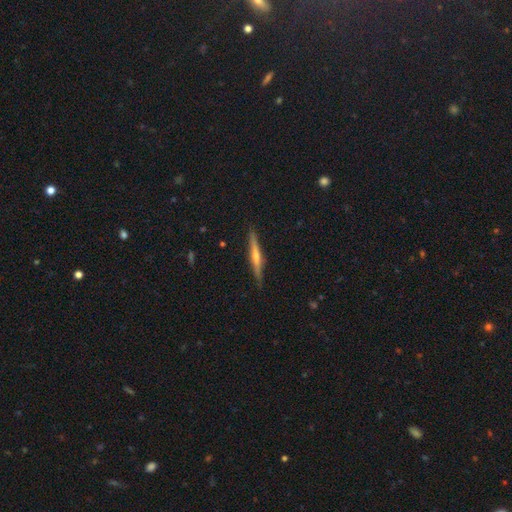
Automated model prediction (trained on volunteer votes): A featured or disk galaxy (74%) viewed edge-on (98%) with a rounded central bulge (81%).

Vote fractions:
- Smooth or featured? featured or disk: 74% / smooth: 20% / star or artifact: 6%
- Edge-on disk? yes: 98% / no: 2%
- Edge-on bulge? rounded: 81% / none: 13% / boxy: 6%
- Merging? none: 89% / minor disturbance: 8% / major disturbance: 1% / merger: 1%